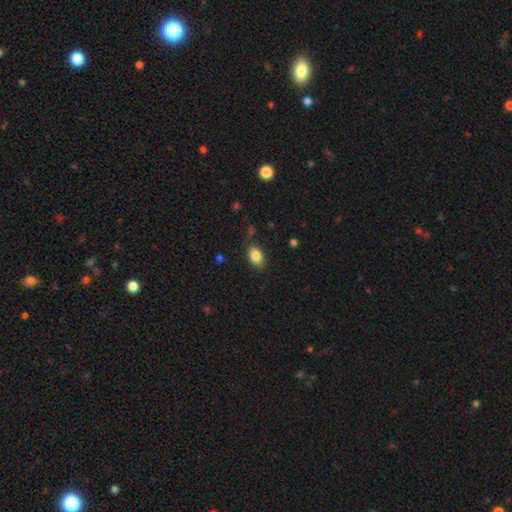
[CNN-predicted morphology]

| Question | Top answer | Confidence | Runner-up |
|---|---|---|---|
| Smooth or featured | smooth | 86% | star or artifact (9%) |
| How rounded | in between | 83% | round (16%) |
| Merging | none | 81% | minor disturbance (14%) |